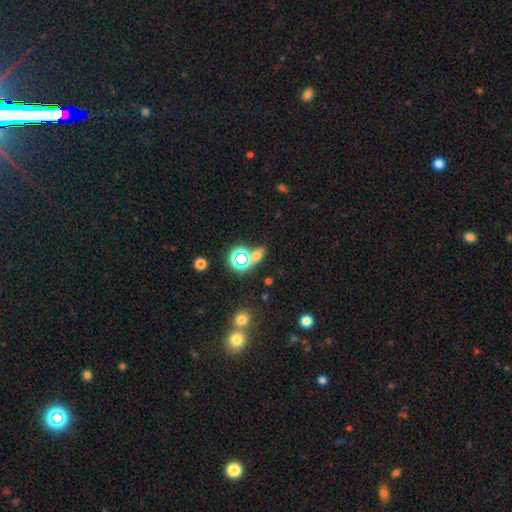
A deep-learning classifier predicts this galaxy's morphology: The model was most divided on "smooth or featured": smooth: 45%, star or artifact: 44%, featured or disk: 11%. More confident: merging — none (62%).